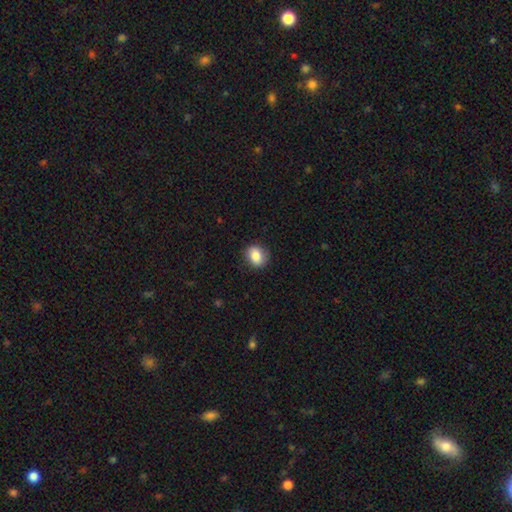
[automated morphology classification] smooth-or-featured: smooth: 84% | star or artifact: 8% | featured or disk: 8%
  how-rounded: round: 52% | in between: 47% | cigar-shaped: 1%
  merging: none: 85% | minor disturbance: 11% | major disturbance: 3% | merger: 1%